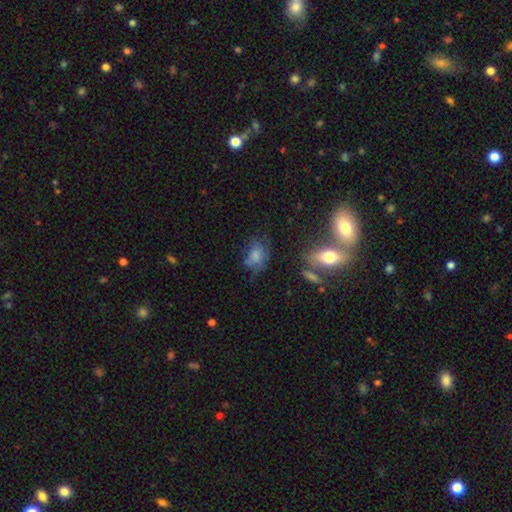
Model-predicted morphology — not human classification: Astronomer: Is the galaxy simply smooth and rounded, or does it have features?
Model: smooth — 63%.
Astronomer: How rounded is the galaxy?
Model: in between — 73%.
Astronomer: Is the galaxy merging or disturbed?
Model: none — 42% (runner-up: minor disturbance, 28%).